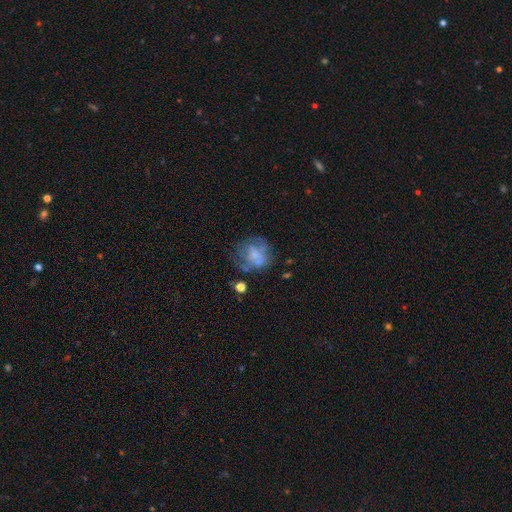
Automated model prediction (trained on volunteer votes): Smooth or featured? smooth (45%)
Merging? none (46%)